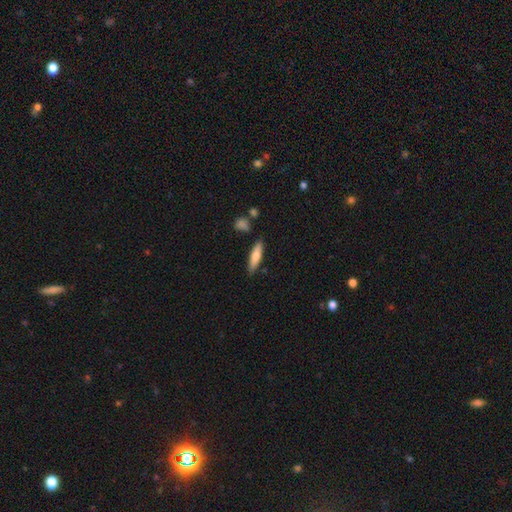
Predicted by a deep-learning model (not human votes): Smooth or featured? smooth (67%)
How rounded? cigar-shaped (66%)
Merging? none (83%)